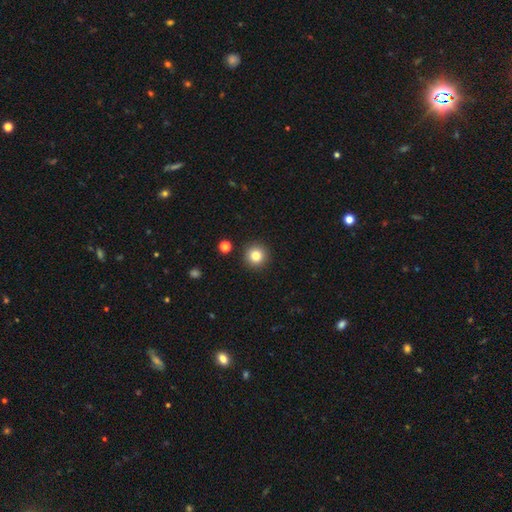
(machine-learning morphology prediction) The model was most divided on "smooth or featured": smooth: 84%, star or artifact: 11%, featured or disk: 5%. More confident: how rounded — round (95%); merging — none (91%).